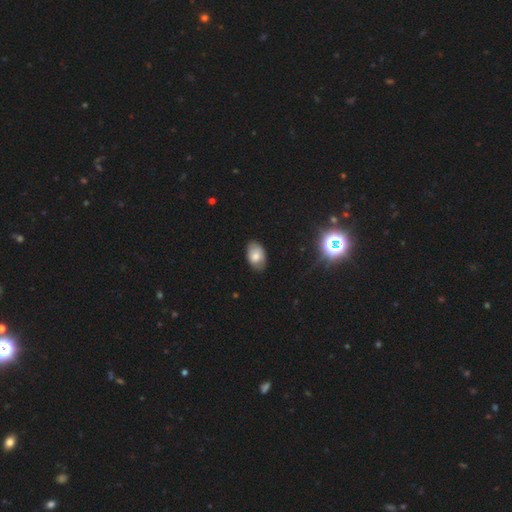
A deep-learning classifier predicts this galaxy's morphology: This appears to be a smooth galaxy with no disk features (74%) that is in between round and cigar-shaped (90%). Merging: none (78%).